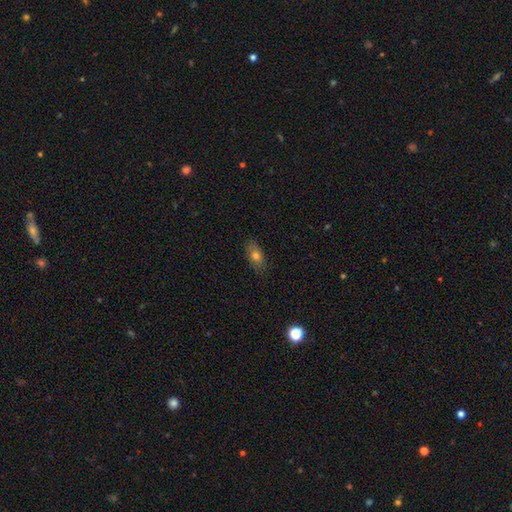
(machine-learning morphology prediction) Smooth or featured?
  - smooth: 74% *
  - featured or disk: 16%
  - star or artifact: 10%
How rounded?
  - in between: 86% *
  - round: 8%
  - cigar-shaped: 7%
Merging?
  - none: 81% *
  - minor disturbance: 15%
  - major disturbance: 3%
  - merger: 1%